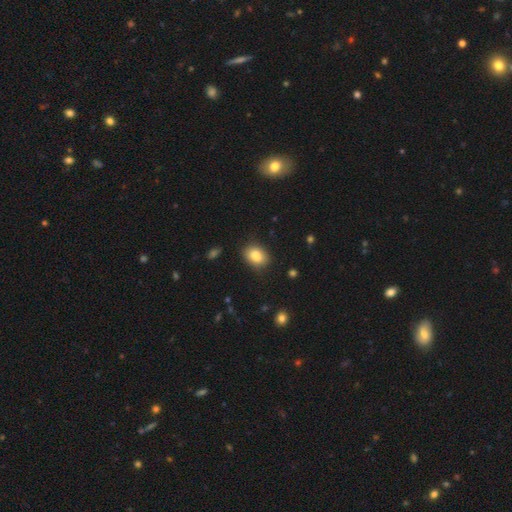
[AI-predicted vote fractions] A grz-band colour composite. It shows a smooth galaxy with no disk features (84%) that is in between round and cigar-shaped (68%). Merging: none (84%).